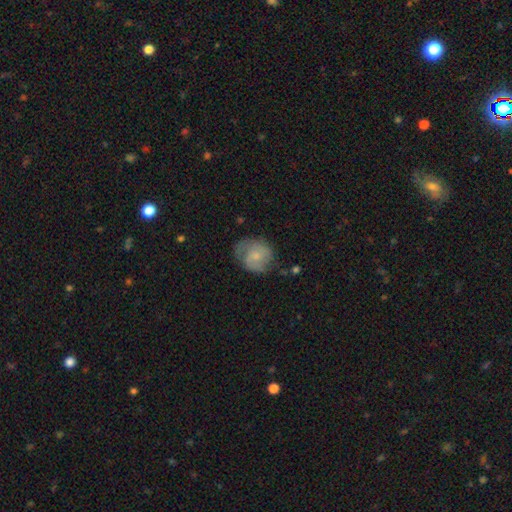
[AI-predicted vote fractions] Q: Smooth or featured?
A: featured or disk (52%); runner-up: smooth (41%)
Q: Edge-on disk?
A: no (98%); runner-up: yes (2%)
Q: Bar?
A: no (62%); runner-up: weak (33%)
Q: Spiral arms?
A: yes (84%); runner-up: no (16%)
Q: Bulge size?
A: small (51%); runner-up: moderate (29%)
Q: Merging?
A: none (57%); runner-up: minor disturbance (27%)